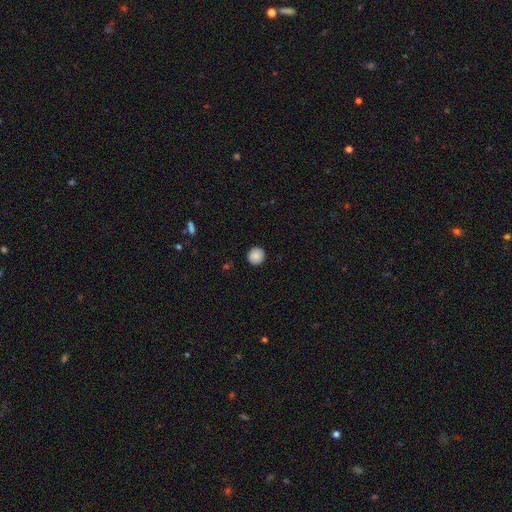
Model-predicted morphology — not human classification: A smooth galaxy with no disk features (88%) that is round (93%). Merging: none (92%).